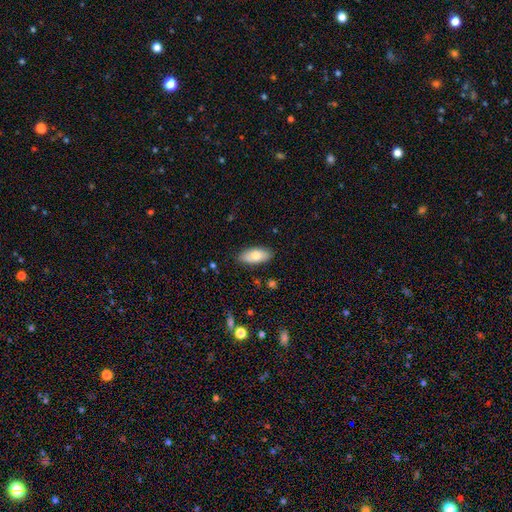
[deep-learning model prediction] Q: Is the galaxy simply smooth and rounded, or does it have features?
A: smooth — 75%.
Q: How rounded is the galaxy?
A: in between — 88%.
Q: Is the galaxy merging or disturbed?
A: none — 86%.